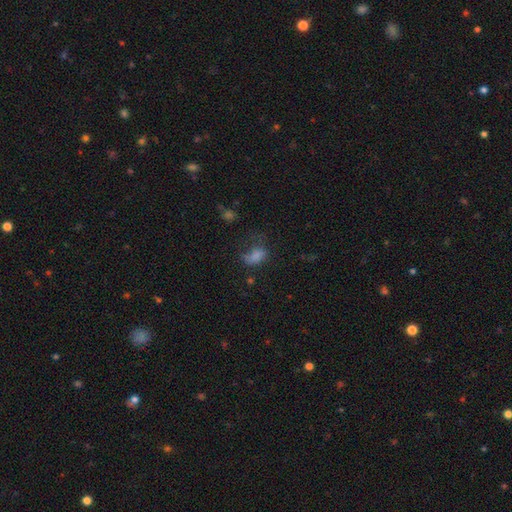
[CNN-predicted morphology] Overall: smooth (65%). How rounded: in between (81%). Merging: none (37%; major disturbance 34%).